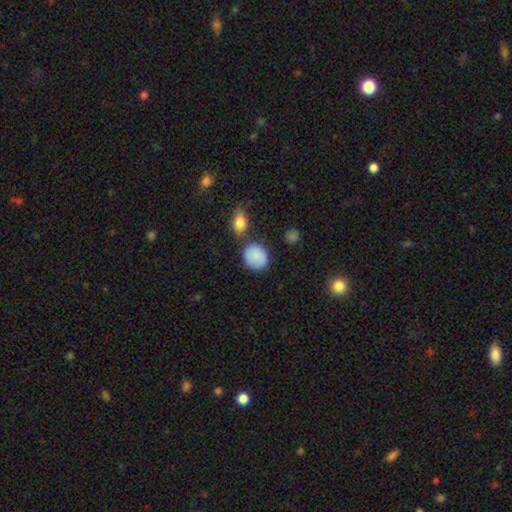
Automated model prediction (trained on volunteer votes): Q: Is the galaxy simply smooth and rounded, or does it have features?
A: smooth — 85%.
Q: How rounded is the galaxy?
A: round — 75%.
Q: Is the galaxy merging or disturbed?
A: none — 73%.